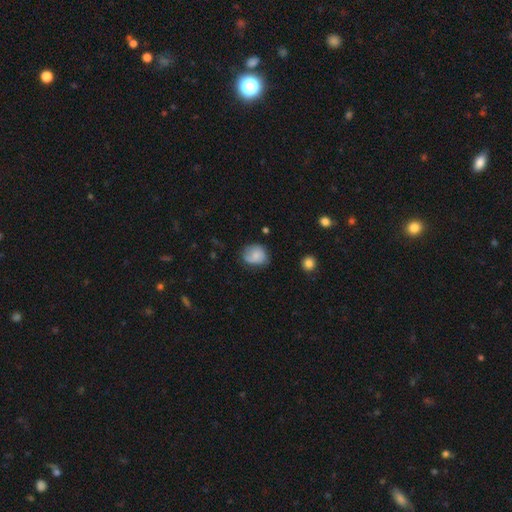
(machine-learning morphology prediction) This is likely a smooth galaxy (68%). How rounded: likely round (63%). Merging: possibly none (59%).